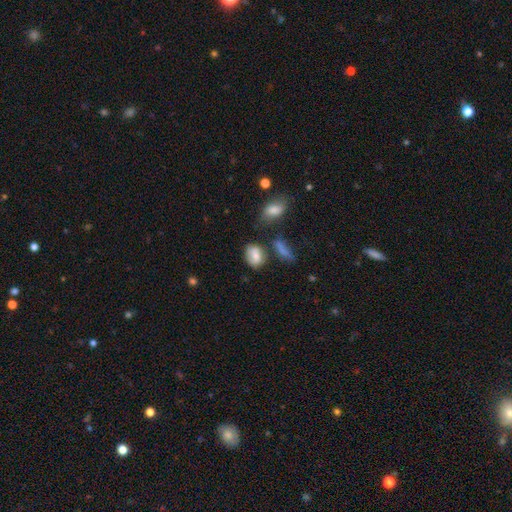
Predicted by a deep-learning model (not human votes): Smooth or featured? smooth (72%)
How rounded? in between (68%)
Merging? none (63%)